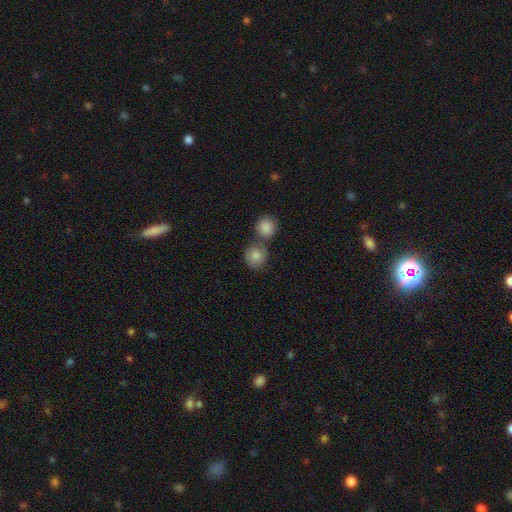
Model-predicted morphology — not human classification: Smooth or featured: smooth — 84% (featured or disk — 9%)
How rounded: round — 83% (in between — 15%)
Merging: none — 48% (merger — 38%)